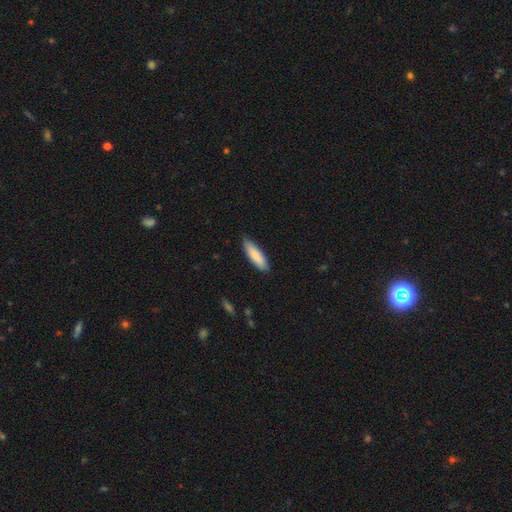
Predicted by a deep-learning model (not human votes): The model was most divided on "how rounded": cigar-shaped: 58%, in between: 40%, round: 1%. More confident: smooth or featured — smooth (83%); merging — none (81%).